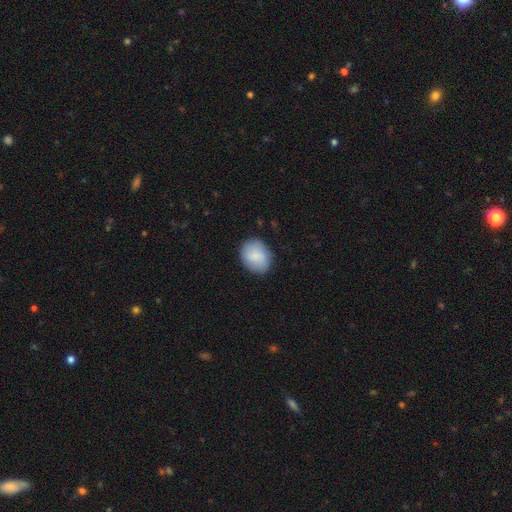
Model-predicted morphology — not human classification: Q: Smooth or featured?
A: smooth (82%); runner-up: featured or disk (12%)
Q: How rounded?
A: round (55%); runner-up: in between (44%)
Q: Merging?
A: none (83%); runner-up: minor disturbance (13%)